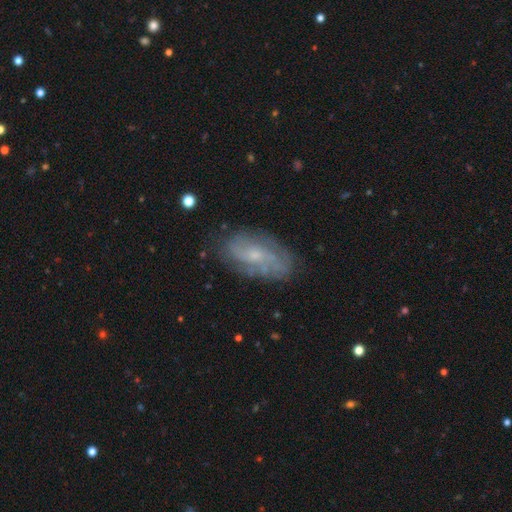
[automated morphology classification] This appears to be a featured or disk galaxy (65%) with no bar (63%), spiral arms (80%) and a small central bulge (65%). Merging: none (74%).